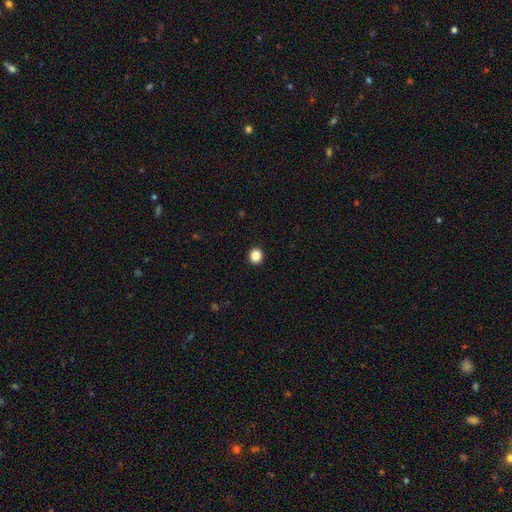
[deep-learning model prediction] smooth 87%, star or artifact 10%, featured or disk 3%. Down the decision tree: how rounded — round (90%); merging — none (94%).